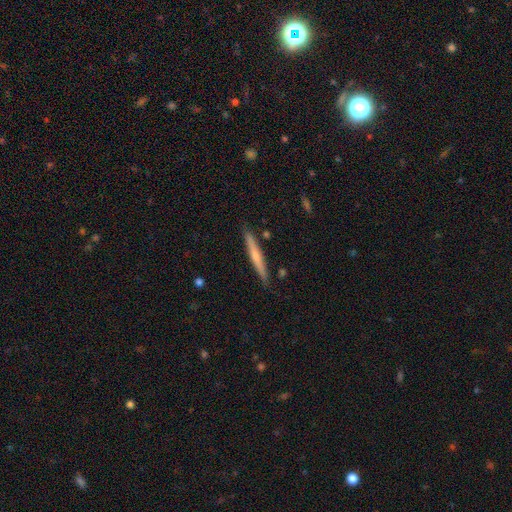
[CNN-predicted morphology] Q: Smooth or featured?
A: featured or disk (48%); runner-up: smooth (46%)
Q: Merging?
A: none (88%); runner-up: minor disturbance (9%)